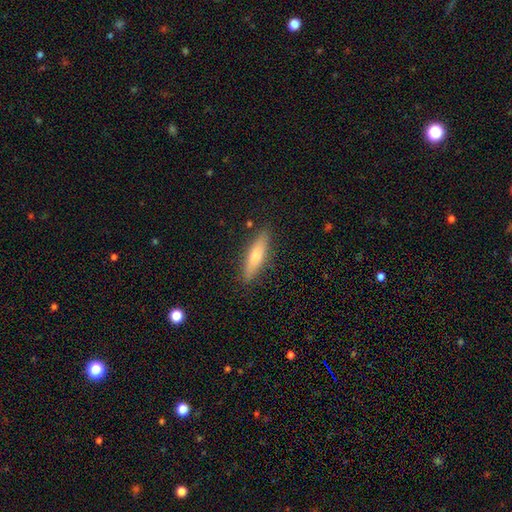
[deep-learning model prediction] smooth_or_featured: smooth (p=0.69) [alt: featured or disk p=0.25]
how_rounded: cigar-shaped (p=0.70) [alt: in between p=0.28]
merging: none (p=0.86) [alt: minor disturbance p=0.11]